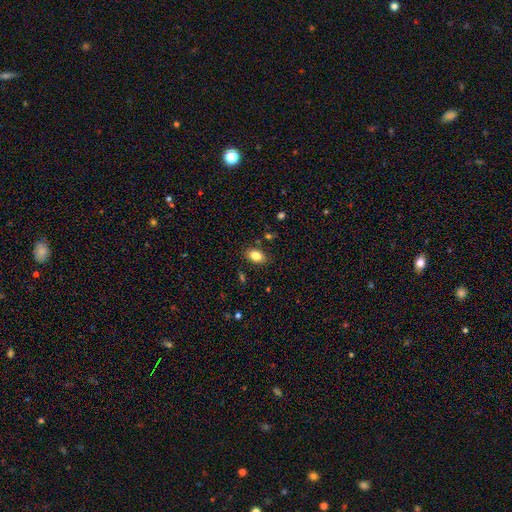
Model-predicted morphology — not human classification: Overall: smooth (84%). How rounded: in between (87%). Merging: none (84%).